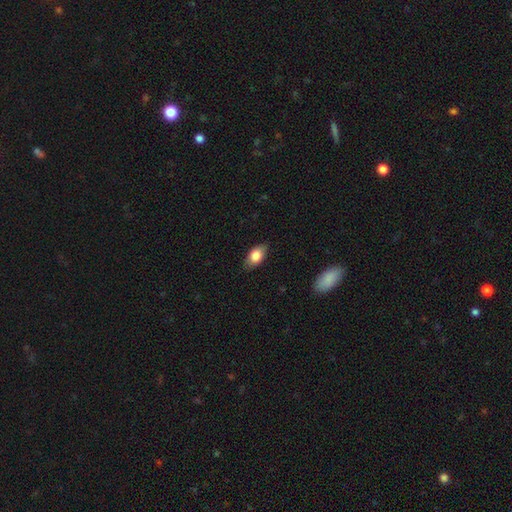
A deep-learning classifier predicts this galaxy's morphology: Smooth or featured?
  - smooth: 82% *
  - featured or disk: 11%
  - star or artifact: 7%
How rounded?
  - in between: 90% *
  - round: 6%
  - cigar-shaped: 4%
Merging?
  - none: 83% *
  - minor disturbance: 13%
  - major disturbance: 3%
  - merger: 1%